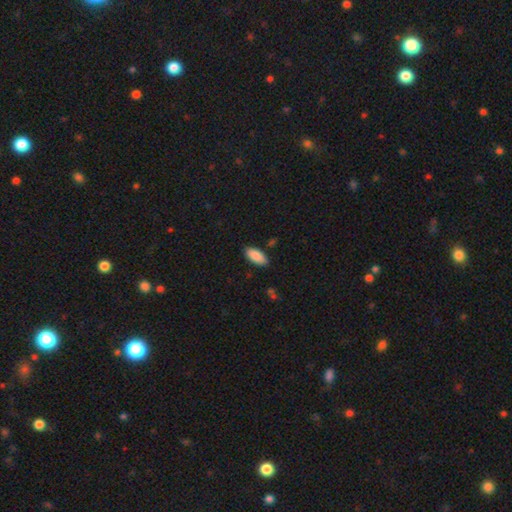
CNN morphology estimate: Overall: smooth (89%). How rounded: in between (90%). Merging: none (85%).